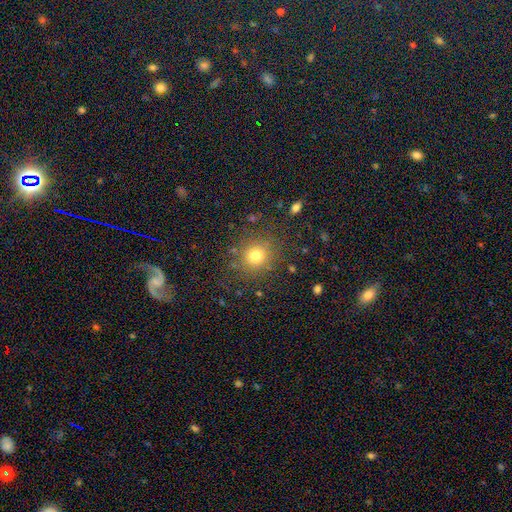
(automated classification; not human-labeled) Morphology: type=smooth (76%); roundness=round (87%); merging=none (84%).